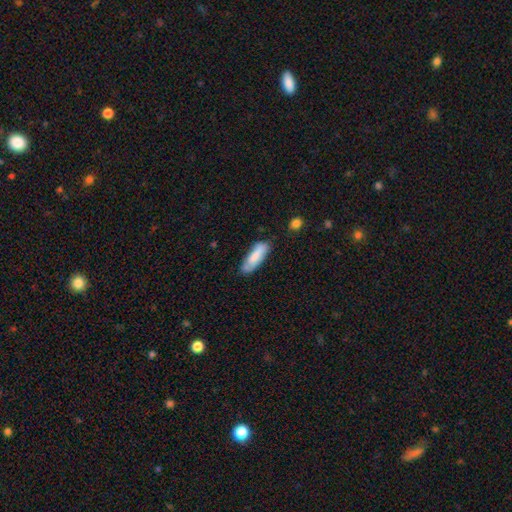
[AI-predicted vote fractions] Q: Smooth or featured?
A: smooth (78%); runner-up: featured or disk (16%)
Q: How rounded?
A: in between (57%); runner-up: cigar-shaped (41%)
Q: Merging?
A: none (68%); runner-up: minor disturbance (25%)